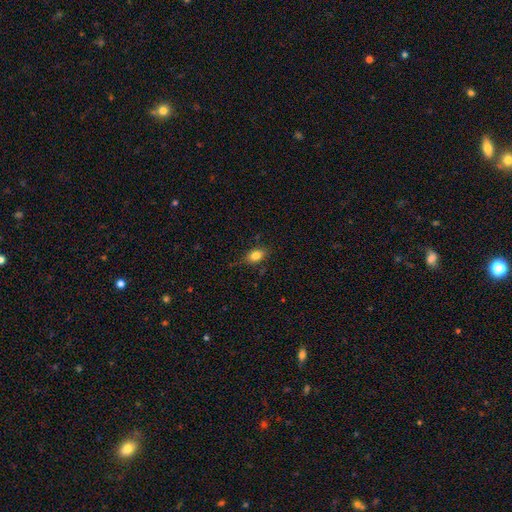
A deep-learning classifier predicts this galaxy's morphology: A smooth galaxy with no disk features (80%) that is in between round and cigar-shaped (79%). Merging: none (77%).